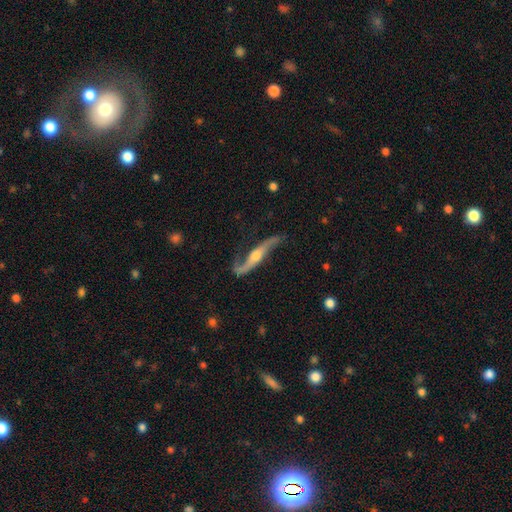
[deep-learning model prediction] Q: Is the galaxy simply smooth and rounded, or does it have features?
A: featured or disk — 86%.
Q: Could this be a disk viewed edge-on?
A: no — 63%.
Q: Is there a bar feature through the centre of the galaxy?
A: no — 53%.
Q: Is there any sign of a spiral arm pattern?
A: yes — 94%.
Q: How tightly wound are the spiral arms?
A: loose — 87%.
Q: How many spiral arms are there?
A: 2 — 90%.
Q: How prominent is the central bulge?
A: moderate — 60%.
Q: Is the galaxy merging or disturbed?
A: none — 65%.